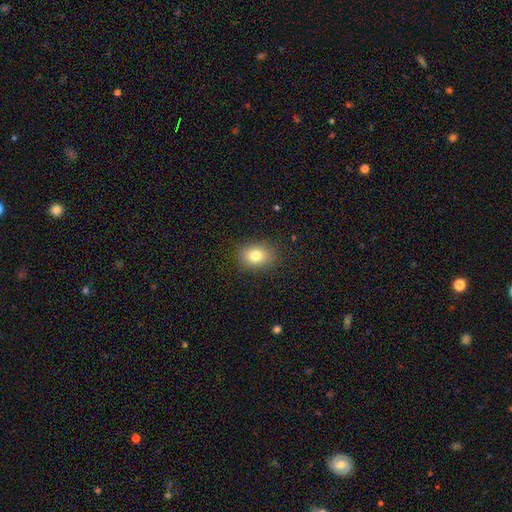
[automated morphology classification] This is likely a smooth galaxy (79%). How rounded: possibly in between (59%). Merging: clearly none (87%).